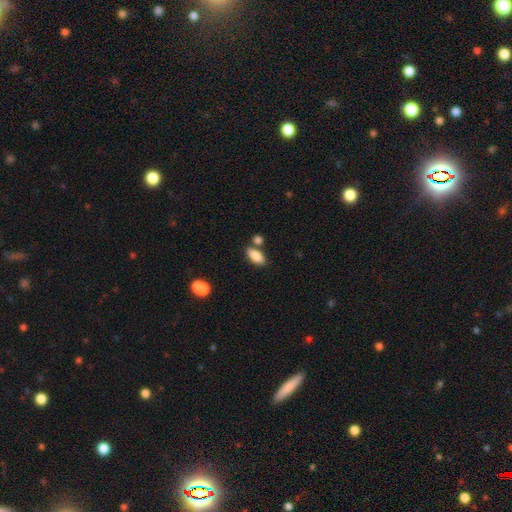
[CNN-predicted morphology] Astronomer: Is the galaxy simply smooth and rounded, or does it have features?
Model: smooth — 85%.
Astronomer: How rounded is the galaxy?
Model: in between — 88%.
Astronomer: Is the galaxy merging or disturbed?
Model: none — 67%.